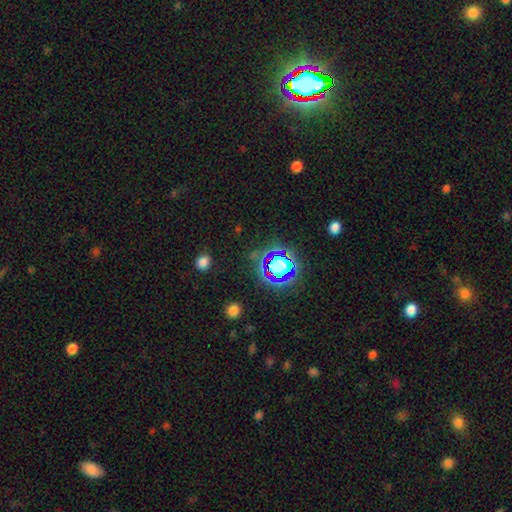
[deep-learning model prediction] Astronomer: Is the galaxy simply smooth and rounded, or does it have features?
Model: star or artifact — 70%.